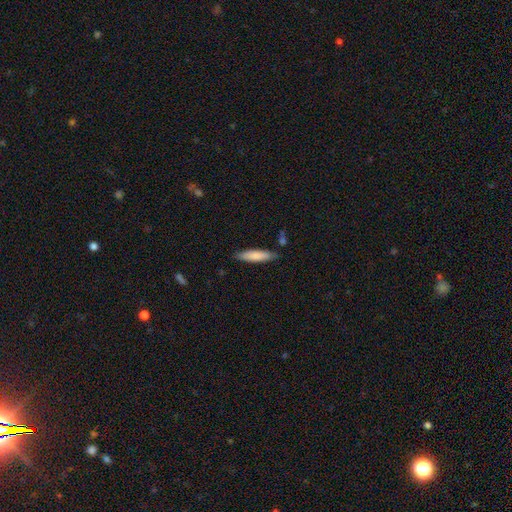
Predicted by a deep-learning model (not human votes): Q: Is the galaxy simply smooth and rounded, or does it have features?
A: smooth — 80%.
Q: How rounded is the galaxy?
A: cigar-shaped — 77%.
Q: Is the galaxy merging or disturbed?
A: none — 83%.